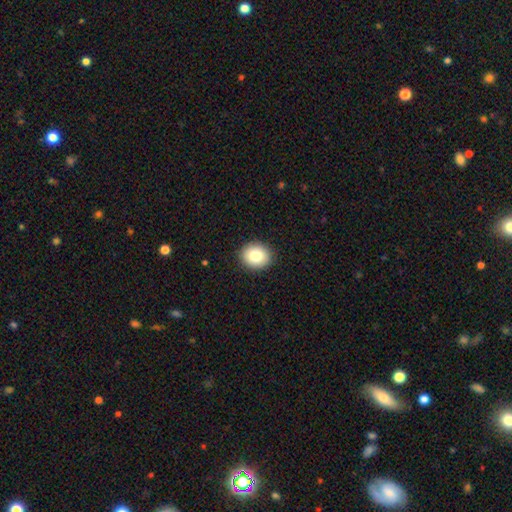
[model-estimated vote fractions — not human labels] smooth 80%, featured or disk 10%, star or artifact 9%. Down the decision tree: how rounded — round (75%); merging — none (91%).